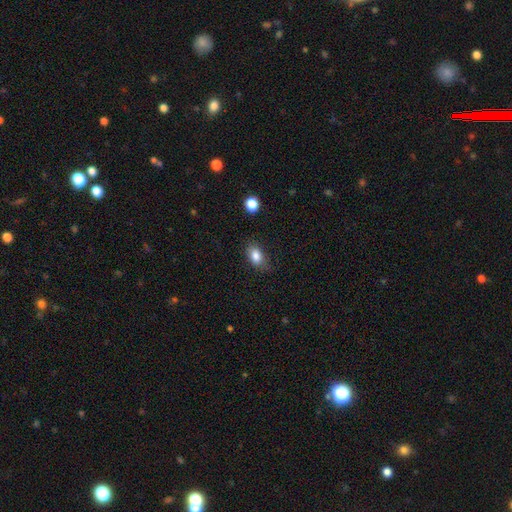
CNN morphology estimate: smooth-or-featured: smooth: 84% | star or artifact: 9% | featured or disk: 7%
  how-rounded: in between: 83% | round: 15% | cigar-shaped: 2%
  merging: none: 76% | minor disturbance: 18% | major disturbance: 5% | merger: 2%